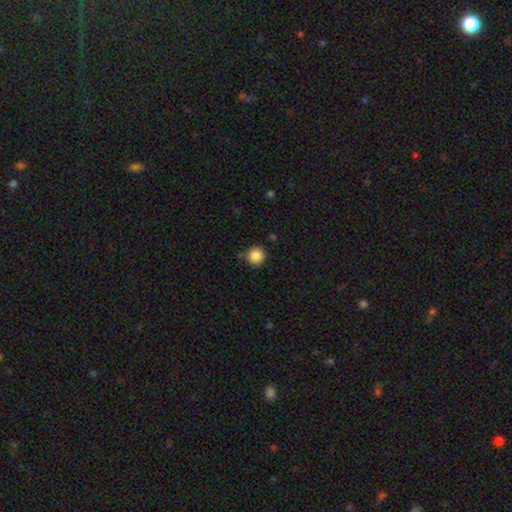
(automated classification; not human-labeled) A smooth galaxy with no disk features (87%) that is round (96%). Merging: none (87%).